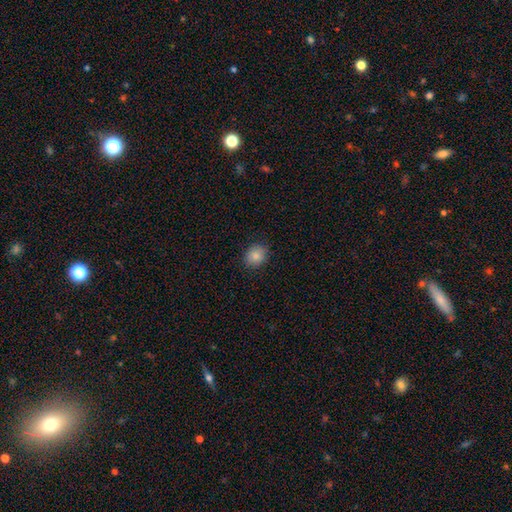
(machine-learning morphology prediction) The model was most divided on "how rounded": round: 70%, in between: 30%, cigar-shaped: 1%. More confident: merging — none (88%); smooth or featured — smooth (86%).